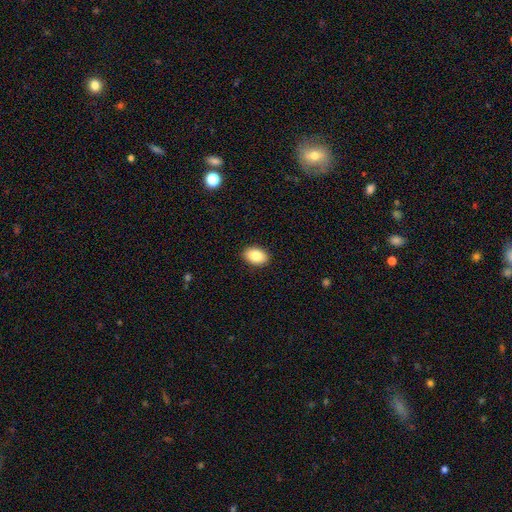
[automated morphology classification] A smooth galaxy with no disk features (86%) that is in between round and cigar-shaped (89%). Merging: none (90%).